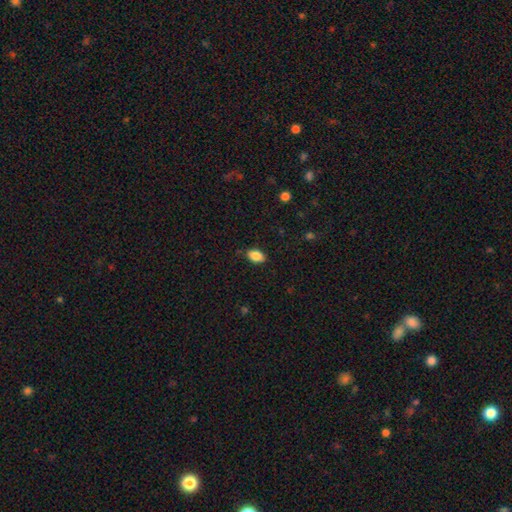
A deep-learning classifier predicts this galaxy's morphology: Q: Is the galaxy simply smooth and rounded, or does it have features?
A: smooth — 87%.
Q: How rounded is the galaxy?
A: in between — 88%.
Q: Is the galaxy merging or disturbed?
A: none — 83%.